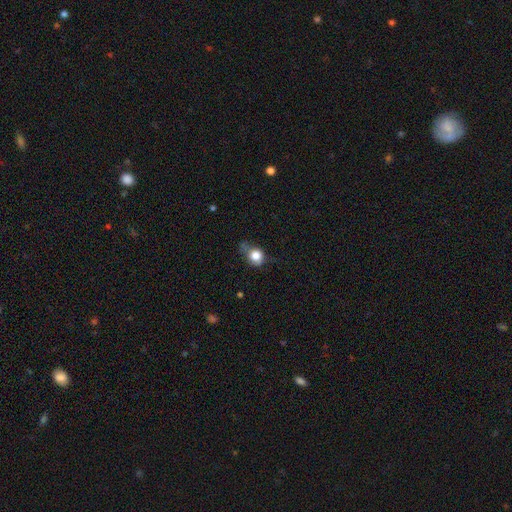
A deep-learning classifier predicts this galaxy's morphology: A smooth galaxy with no disk features (75%) that is round (69%). Merging: none (35%, tied with minor disturbance).